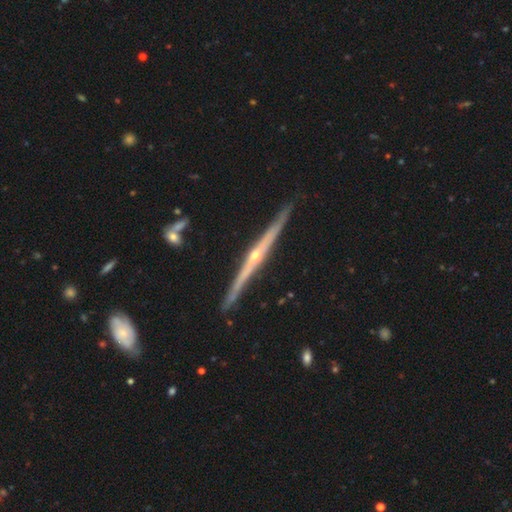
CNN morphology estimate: smooth-or-featured: featured or disk: 88% | smooth: 7% | star or artifact: 5%
  disk-edge-on: yes: 98% | no: 2%
    edge-on-bulge: rounded: 85% | none: 11% | boxy: 4%
  merging: none: 90% | minor disturbance: 8% | merger: 1% | major disturbance: 1%